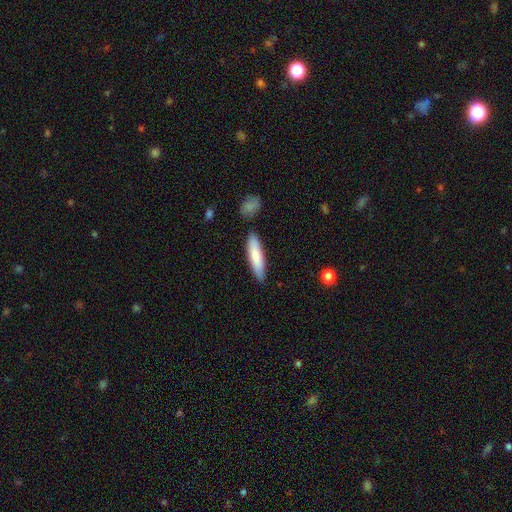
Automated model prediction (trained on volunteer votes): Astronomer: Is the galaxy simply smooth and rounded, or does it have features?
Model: smooth — 79%.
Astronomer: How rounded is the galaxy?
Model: cigar-shaped — 74%.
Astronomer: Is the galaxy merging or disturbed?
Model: none — 84%.